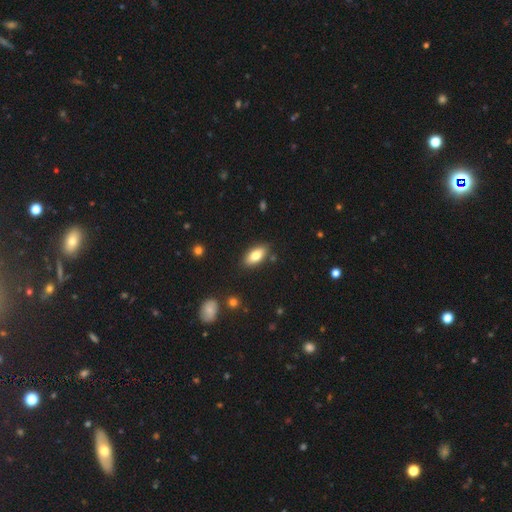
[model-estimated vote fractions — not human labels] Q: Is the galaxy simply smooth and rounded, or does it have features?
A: smooth — 80%.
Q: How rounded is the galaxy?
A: in between — 89%.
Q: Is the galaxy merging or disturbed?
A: none — 86%.